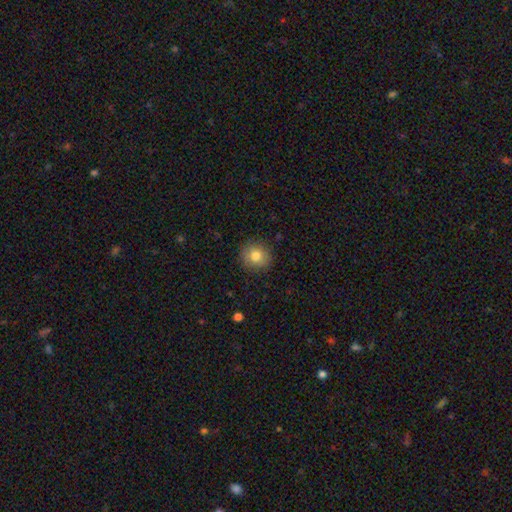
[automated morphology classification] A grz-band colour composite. It shows a smooth galaxy with no disk features (79%) that is round (85%). Merging: none (88%).